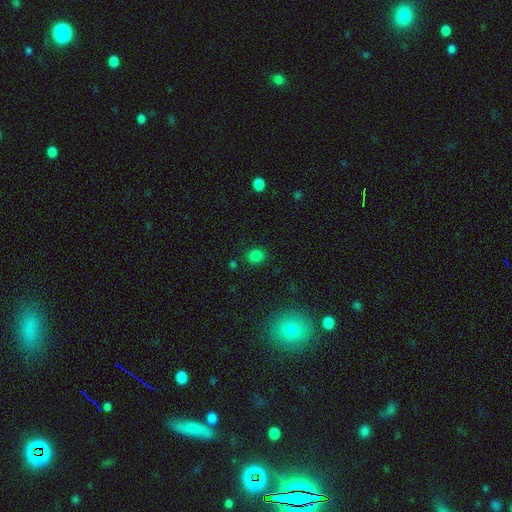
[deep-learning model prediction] The model was most divided on "how rounded": round: 76%, in between: 23%, cigar-shaped: 1%. More confident: merging — none (86%); smooth or featured — smooth (80%).